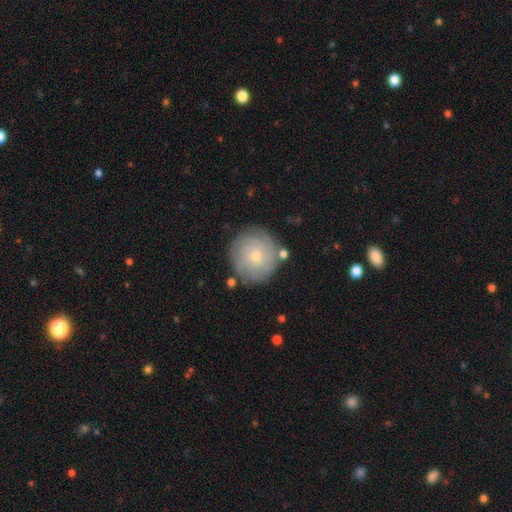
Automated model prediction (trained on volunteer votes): Smooth or featured? Predicted: featured or disk (p=0.62). Edge-on disk? Predicted: no (p=0.98). Bar? Predicted: no (p=0.81). Spiral arms? Predicted: yes (p=0.88). Spiral winding? Predicted: tight (p=0.78). Spiral arm count? Predicted: can't tell (p=0.43). Bulge size? Predicted: small (p=0.60). Merging? Predicted: none (p=0.80).